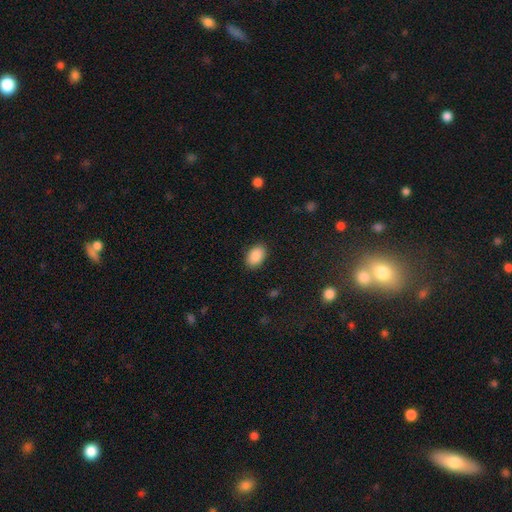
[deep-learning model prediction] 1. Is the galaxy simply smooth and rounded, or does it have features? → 89% smooth, 7% star or artifact, 4% featured or disk.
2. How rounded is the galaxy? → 89% in between, 10% round, 1% cigar-shaped.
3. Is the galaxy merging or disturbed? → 89% none, 8% minor disturbance, 2% major disturbance, 1% merger.